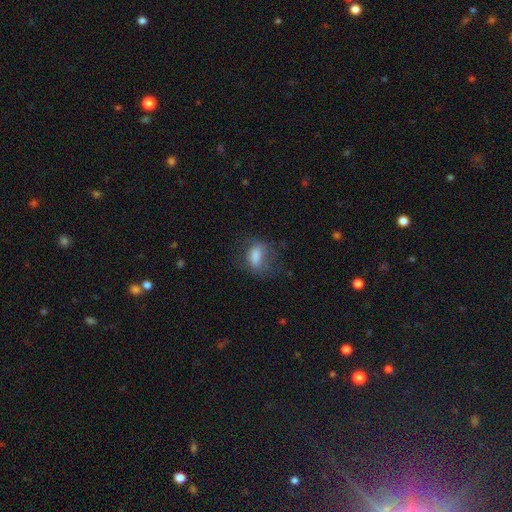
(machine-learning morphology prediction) Q: Smooth or featured?
A: smooth (67%); runner-up: featured or disk (22%)
Q: How rounded?
A: in between (77%); runner-up: round (15%)
Q: Merging?
A: none (51%); runner-up: minor disturbance (25%)